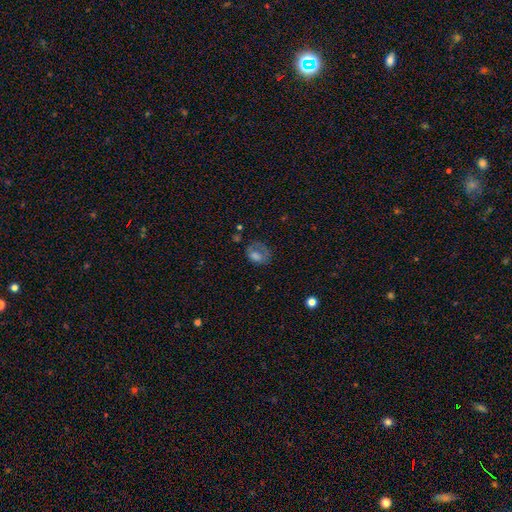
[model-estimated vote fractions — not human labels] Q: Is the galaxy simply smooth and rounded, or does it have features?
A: smooth — 56%.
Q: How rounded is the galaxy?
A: in between — 60%.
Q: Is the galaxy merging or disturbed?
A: none — 42%.